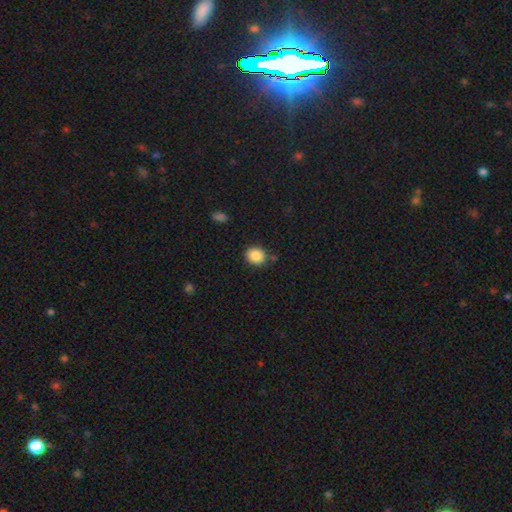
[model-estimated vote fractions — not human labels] Q: Smooth or featured?
A: smooth (88%); runner-up: star or artifact (9%)
Q: How rounded?
A: round (76%); runner-up: in between (23%)
Q: Merging?
A: none (83%); runner-up: minor disturbance (10%)